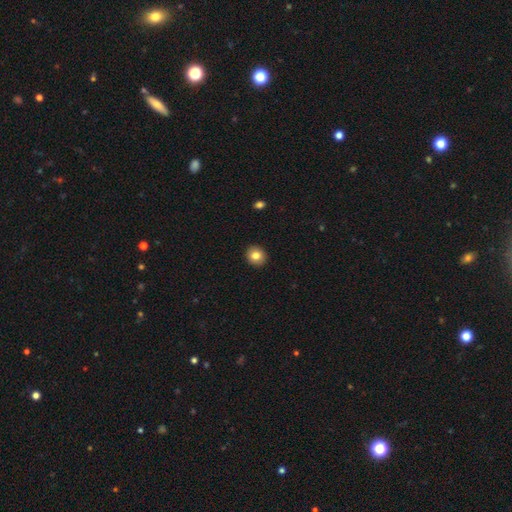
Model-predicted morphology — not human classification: smooth 82%, star or artifact 9%, featured or disk 9%. Down the decision tree: how rounded — round (82%); merging — none (92%).